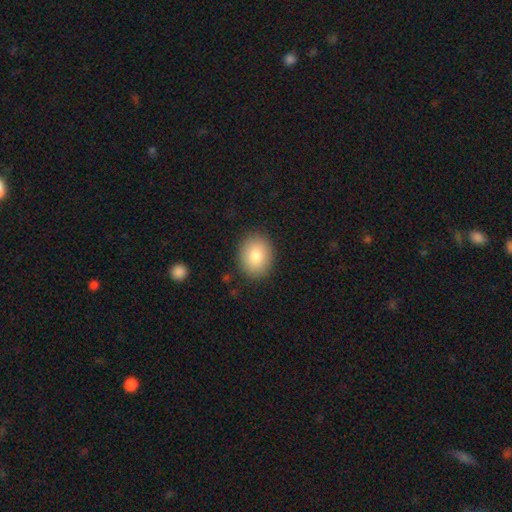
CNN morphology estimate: Smooth or featured? smooth (83%)
How rounded? in between (51%)
Merging? none (88%)